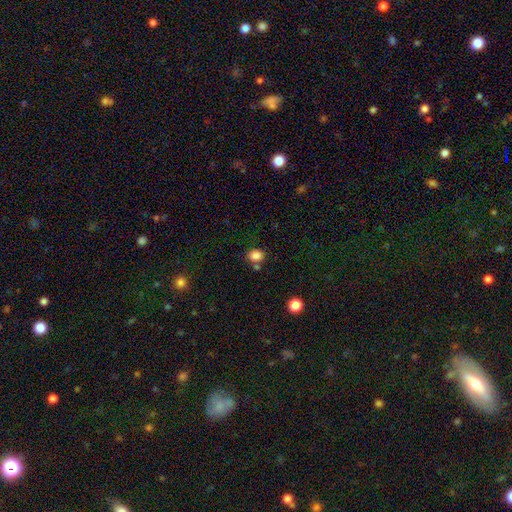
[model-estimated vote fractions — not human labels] smooth-or-featured: smooth: 84% | star or artifact: 11% | featured or disk: 4%
  how-rounded: in between: 52% | round: 47% | cigar-shaped: 1%
  merging: none: 69% | merger: 14% | minor disturbance: 13% | major disturbance: 4%